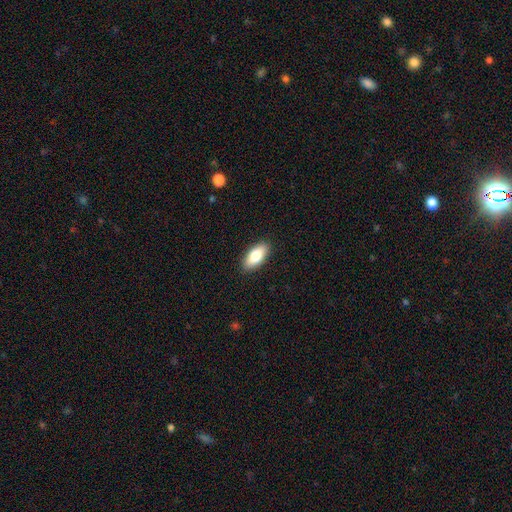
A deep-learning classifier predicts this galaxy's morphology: smooth_or_featured: smooth (p=0.80) [alt: featured or disk p=0.13]
how_rounded: in between (p=0.87) [alt: cigar-shaped p=0.11]
merging: none (p=0.89) [alt: minor disturbance p=0.08]